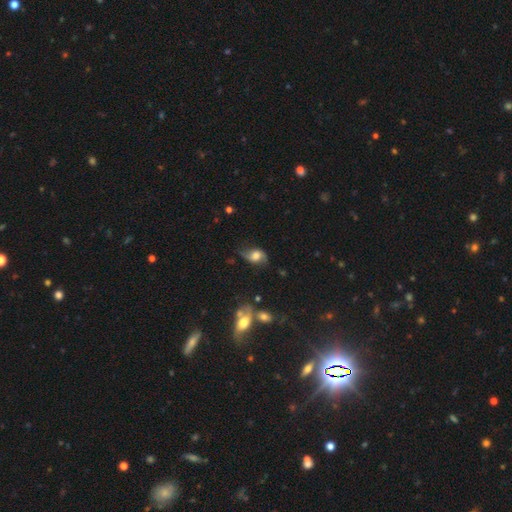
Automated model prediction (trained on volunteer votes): Overall: featured or disk (52%; smooth 39%). Edge-on disk: no (93%). Merging: none (60%; minor disturbance 26%).